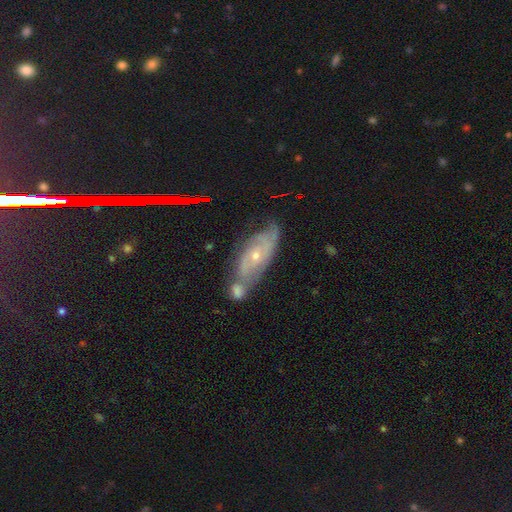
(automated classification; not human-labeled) smooth_or_featured: featured or disk (p=0.74) [alt: smooth p=0.16]
disk_edge_on: no (p=0.89) [alt: yes p=0.11]
bar: no (p=0.69) [alt: weak p=0.25]
has_spiral_arms: yes (p=0.87) [alt: no p=0.13]
spiral_winding: tight (p=0.57) [alt: medium p=0.33]
spiral_arm_count: can't tell (p=0.41) [alt: 2 p=0.39]
bulge_size: small (p=0.68) [alt: moderate p=0.28]
merging: none (p=0.44) [alt: merger p=0.30]